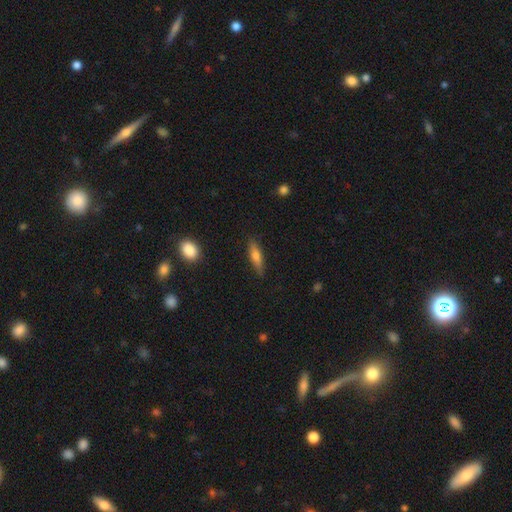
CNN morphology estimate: smooth-or-featured: smooth: 66% | featured or disk: 27% | star or artifact: 7%
  how-rounded: cigar-shaped: 70% | in between: 27% | round: 2%
  merging: none: 85% | minor disturbance: 11% | major disturbance: 2% | merger: 2%